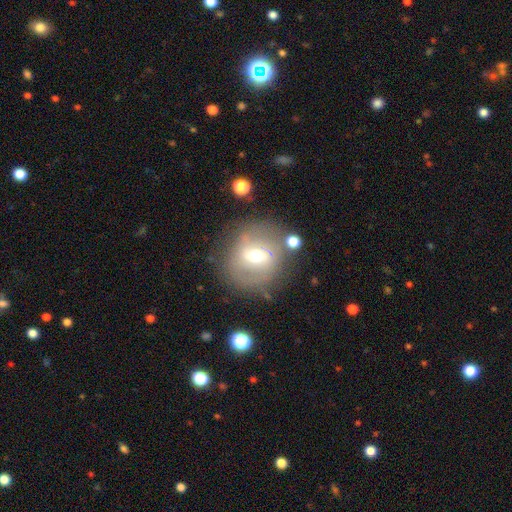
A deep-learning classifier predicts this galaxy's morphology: A featured or disk galaxy (53%).

Vote fractions:
- Smooth or featured? featured or disk: 53% / smooth: 36% / star or artifact: 10%
- Edge-on disk? no: 92% / yes: 8%
- Merging? none: 73% / minor disturbance: 15% / major disturbance: 8% / merger: 5%